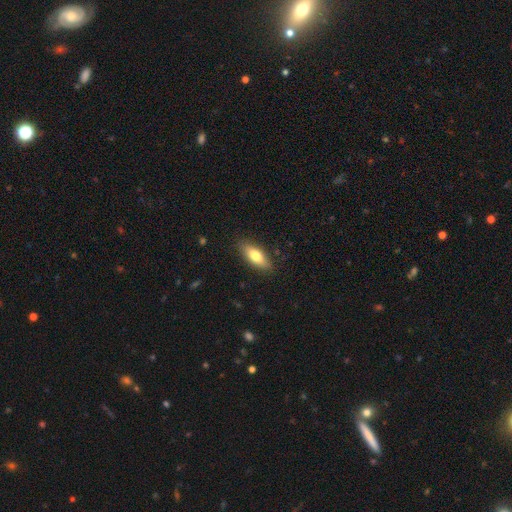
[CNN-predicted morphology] Smooth or featured? smooth (71%)
How rounded? in between (69%)
Merging? none (86%)